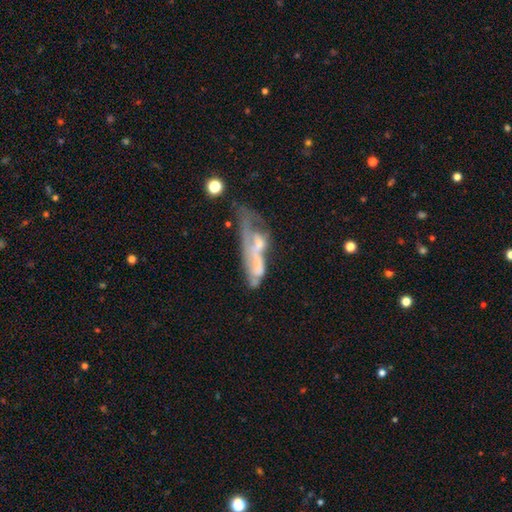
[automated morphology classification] This appears to be a featured or disk galaxy (58%). Merging: major disturbance (36%).